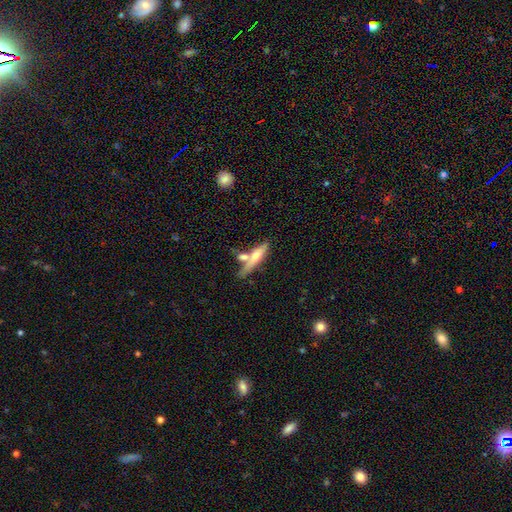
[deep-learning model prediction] This is possibly a featured or disk galaxy (49%). Merging: possibly none (49%).